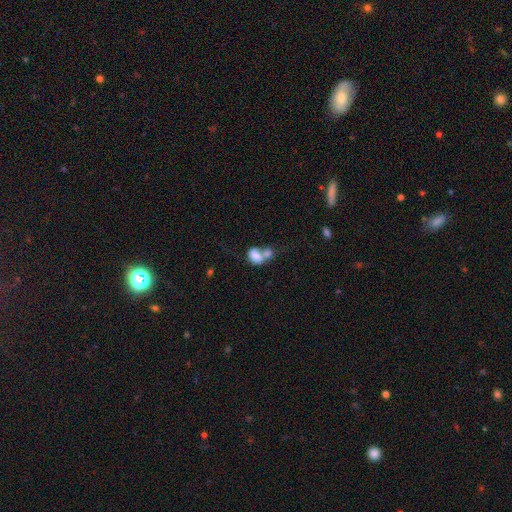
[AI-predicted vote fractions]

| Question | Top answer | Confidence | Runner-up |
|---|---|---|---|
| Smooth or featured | smooth | 75% | featured or disk (16%) |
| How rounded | in between | 72% | round (26%) |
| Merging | merger | 69% | none (17%) |